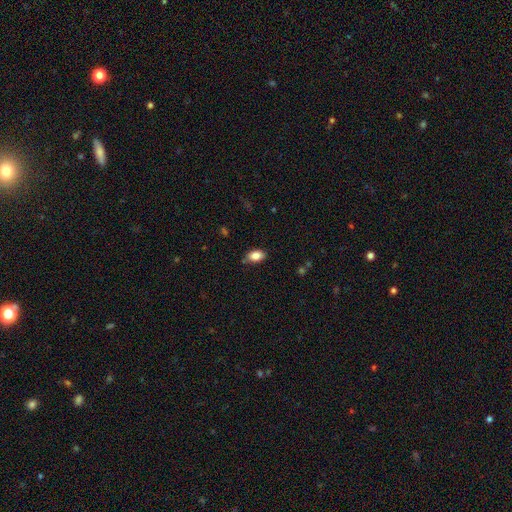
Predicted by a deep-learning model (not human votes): smooth 85%, star or artifact 8%, featured or disk 8%. Down the decision tree: how rounded — in between (90%); merging — none (81%).